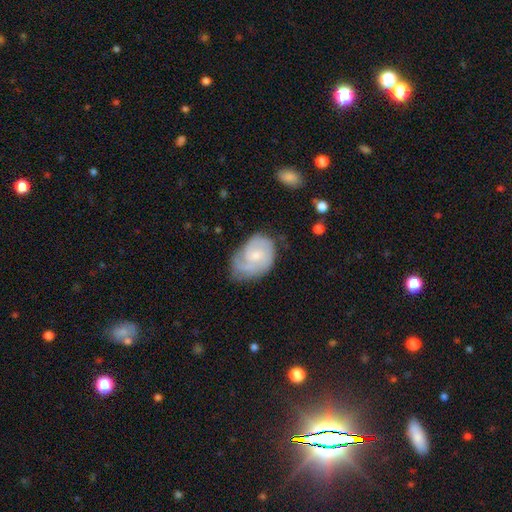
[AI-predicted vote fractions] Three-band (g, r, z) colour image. It shows a featured or disk galaxy (69%) with no bar (62%), 2 (42%) tight (48%) spiral arms (91%) and a small central bulge (52%). Merging: none (53%).